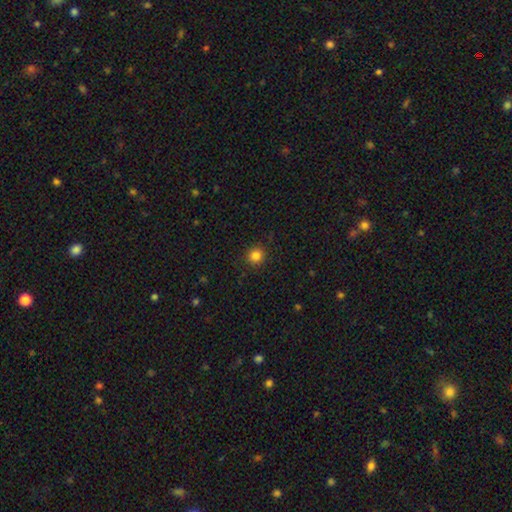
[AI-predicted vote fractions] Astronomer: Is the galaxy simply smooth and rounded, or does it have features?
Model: smooth — 84%.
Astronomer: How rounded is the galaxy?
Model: round — 91%.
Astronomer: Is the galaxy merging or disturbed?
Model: none — 91%.